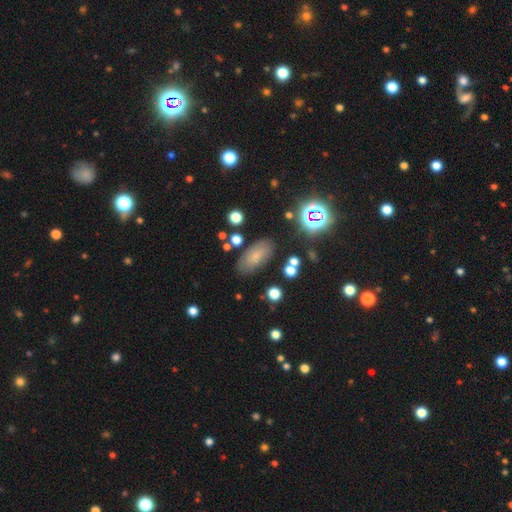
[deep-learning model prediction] Q: Smooth or featured?
A: smooth (69%); runner-up: featured or disk (17%)
Q: How rounded?
A: in between (89%); runner-up: cigar-shaped (7%)
Q: Merging?
A: none (81%); runner-up: minor disturbance (12%)